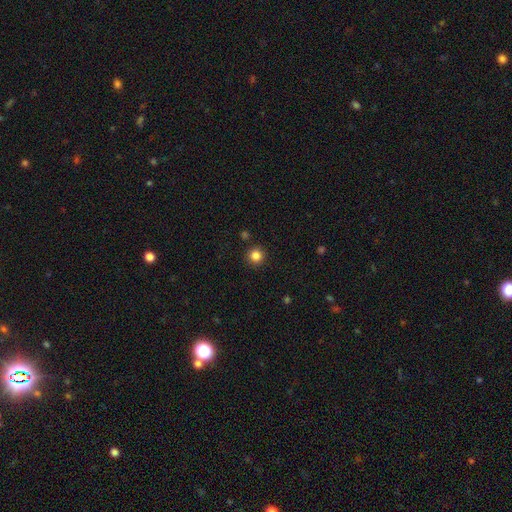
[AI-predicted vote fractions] The model was most divided on "smooth or featured": smooth: 84%, star or artifact: 12%, featured or disk: 4%. More confident: how rounded — round (95%); merging — none (91%).